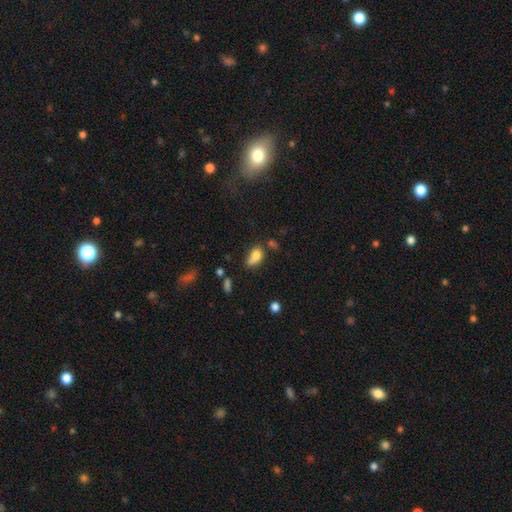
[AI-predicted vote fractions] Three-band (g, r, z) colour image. It shows a smooth galaxy with no disk features (77%) that is in between round and cigar-shaped (80%). Merging: none (35%).